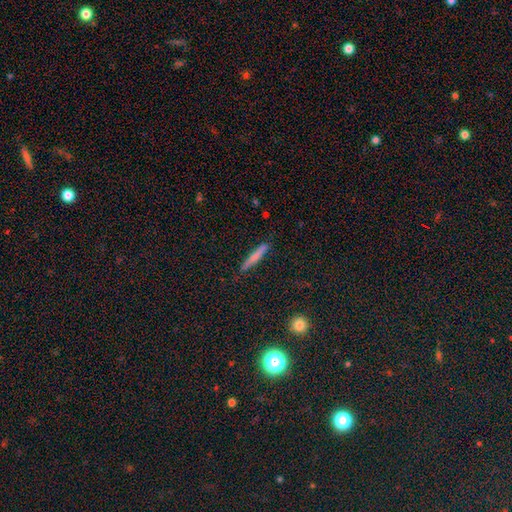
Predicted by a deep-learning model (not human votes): Smooth or featured?
  - smooth: 69% *
  - featured or disk: 24%
  - star or artifact: 7%
How rounded?
  - cigar-shaped: 95% *
  - in between: 4%
  - round: 2%
Merging?
  - none: 87% *
  - minor disturbance: 10%
  - major disturbance: 2%
  - merger: 2%